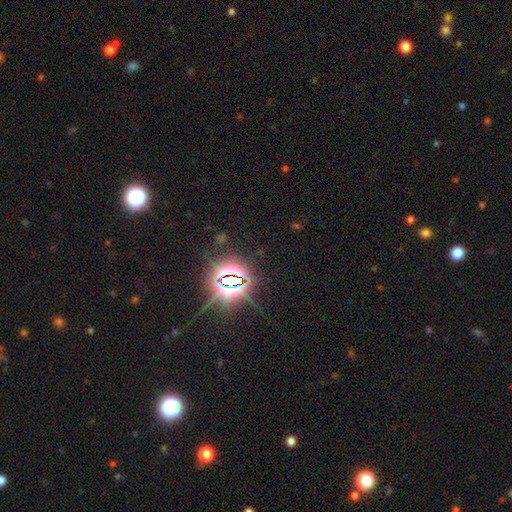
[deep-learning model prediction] This appears to be a star or artifact, not a galaxy (84%).